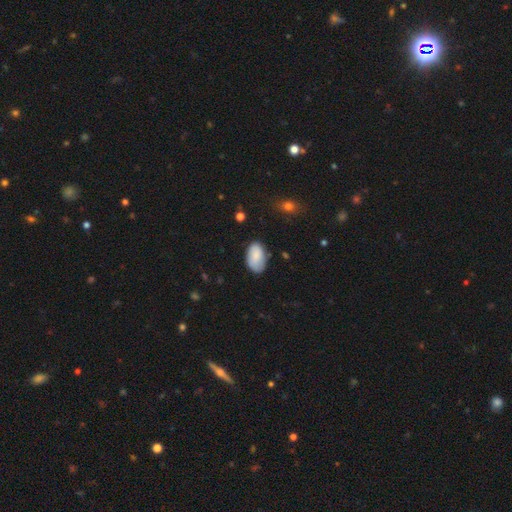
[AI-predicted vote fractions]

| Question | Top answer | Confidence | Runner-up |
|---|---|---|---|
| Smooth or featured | smooth | 85% | featured or disk (8%) |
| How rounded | in between | 94% | round (5%) |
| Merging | none | 69% | minor disturbance (23%) |